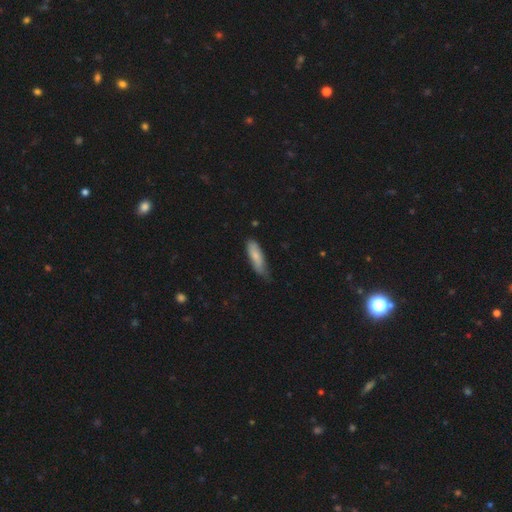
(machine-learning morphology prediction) type=smooth (79%); roundness=cigar-shaped (54%); merging=none (53%).